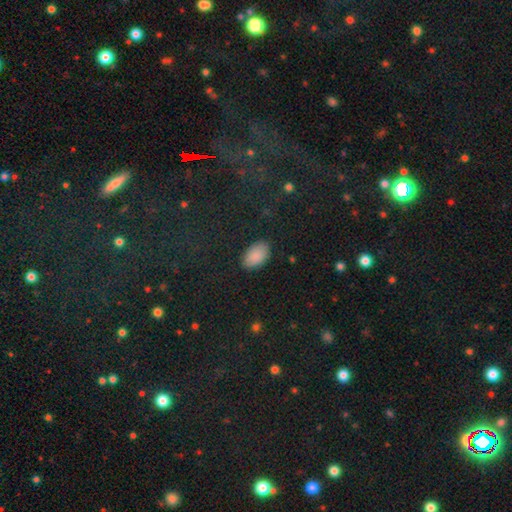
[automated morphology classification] Smooth or featured: smooth — 88% (star or artifact — 7%)
How rounded: in between — 94% (round — 5%)
Merging: none — 87% (minor disturbance — 10%)